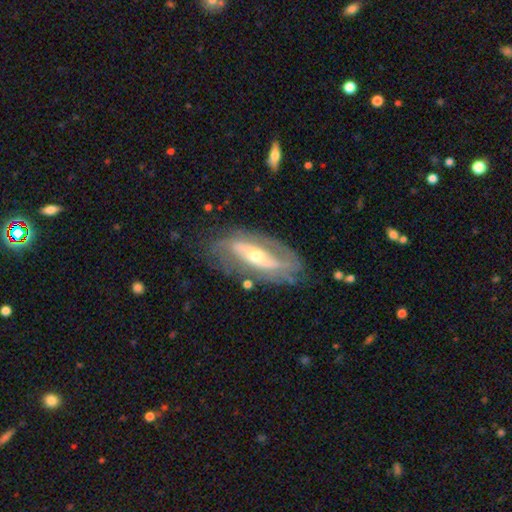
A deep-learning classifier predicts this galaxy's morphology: Smooth or featured? featured or disk (81%)
Edge-on disk? no (86%)
Bar? strong (42%)
Spiral arms? yes (78%)
Spiral winding? tight (37%, tied with medium)
Spiral arm count? 2 (72%)
Bulge size? moderate (49%)
Merging? none (72%)